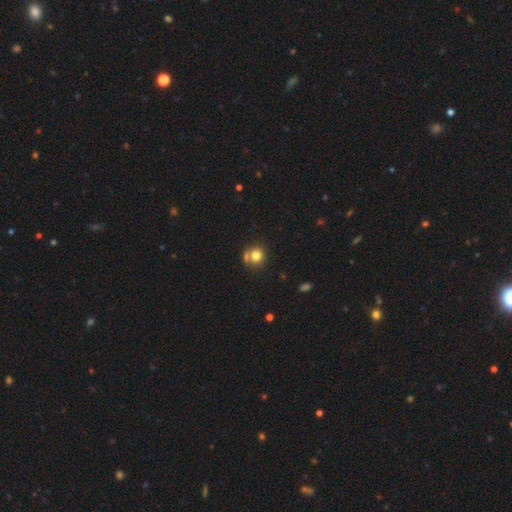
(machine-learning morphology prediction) smooth 78%, star or artifact 11%, featured or disk 11%. Down the decision tree: how rounded — round (83%); merging — none (57%).